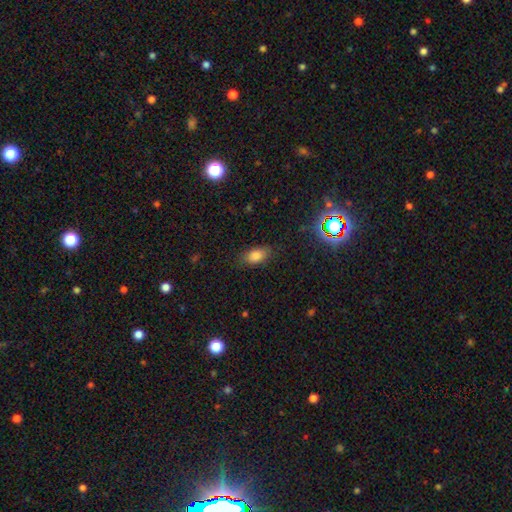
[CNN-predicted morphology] Smooth or featured?
  - smooth: 80% *
  - star or artifact: 12%
  - featured or disk: 7%
How rounded?
  - in between: 87% *
  - round: 9%
  - cigar-shaped: 4%
Merging?
  - none: 81% *
  - minor disturbance: 14%
  - major disturbance: 4%
  - merger: 1%